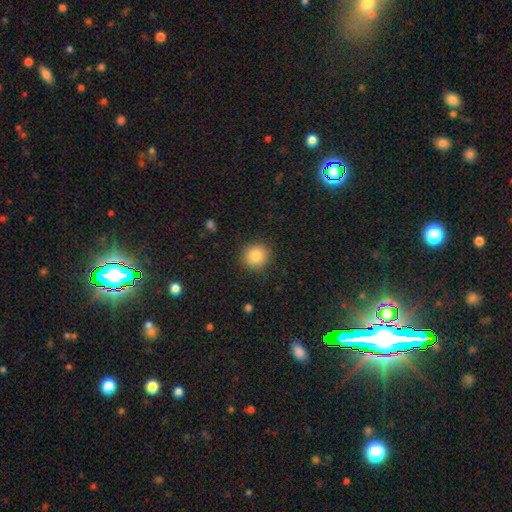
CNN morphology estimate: Smooth or featured: smooth — 83% (star or artifact — 10%)
How rounded: round — 91% (in between — 8%)
Merging: none — 90% (minor disturbance — 7%)